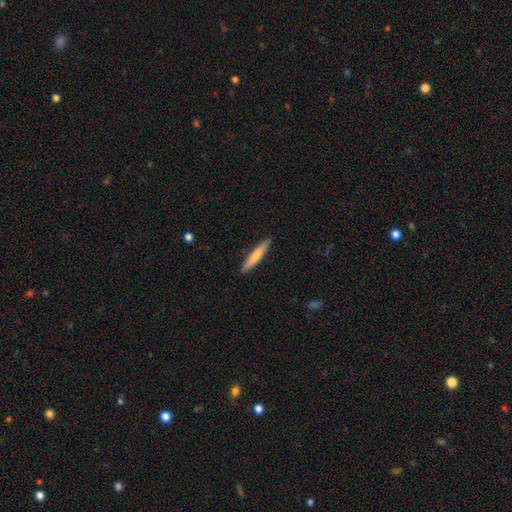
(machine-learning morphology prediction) smooth-or-featured: smooth: 71% | featured or disk: 24% | star or artifact: 5%
  how-rounded: cigar-shaped: 92% | in between: 6% | round: 1%
  merging: none: 91% | minor disturbance: 7% | major disturbance: 1% | merger: 1%